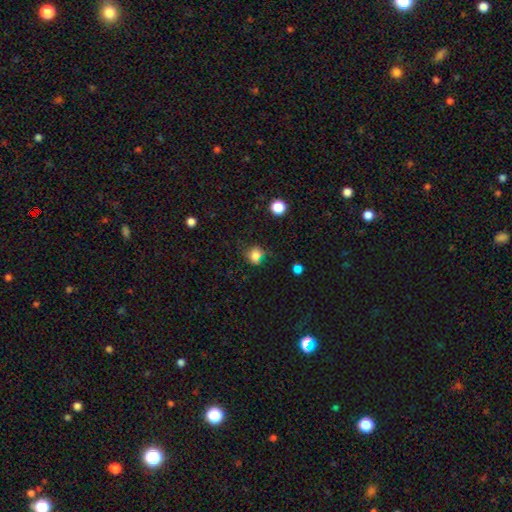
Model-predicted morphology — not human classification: This appears to be a smooth galaxy with no disk features (76%) that is round (68%). Merging: none (56%).